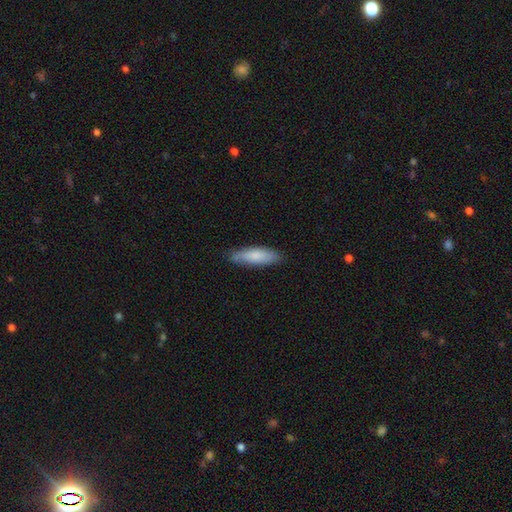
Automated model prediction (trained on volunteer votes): A smooth galaxy with no disk features (76%) that is cigar-shaped (53%).

Vote fractions:
- Smooth or featured? smooth: 76% / featured or disk: 18% / star or artifact: 6%
- How rounded? cigar-shaped: 53% / in between: 46% / round: 2%
- Merging? none: 78% / minor disturbance: 18% / major disturbance: 3% / merger: 1%